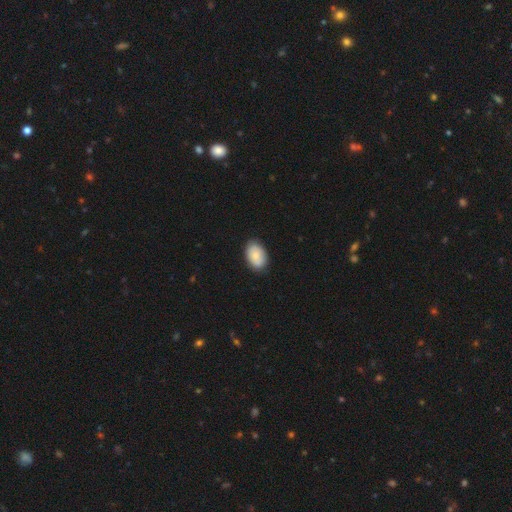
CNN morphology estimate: Smooth or featured?
  - smooth: 81% *
  - featured or disk: 13%
  - star or artifact: 6%
How rounded?
  - in between: 87% *
  - round: 12%
  - cigar-shaped: 1%
Merging?
  - none: 83% *
  - minor disturbance: 13%
  - major disturbance: 3%
  - merger: 1%